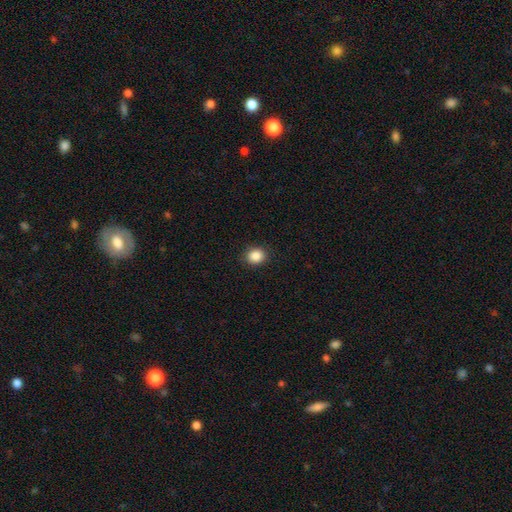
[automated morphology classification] smooth_or_featured: smooth (p=0.88) [alt: star or artifact p=0.09]
how_rounded: round (p=0.73) [alt: in between p=0.26]
merging: none (p=0.90) [alt: minor disturbance p=0.07]